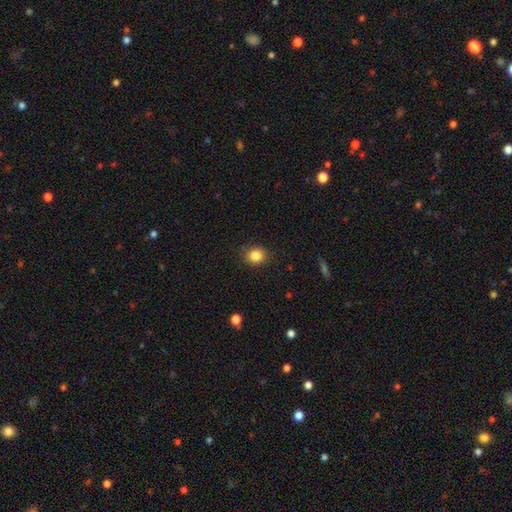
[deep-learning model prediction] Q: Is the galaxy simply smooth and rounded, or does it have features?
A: smooth — 85%.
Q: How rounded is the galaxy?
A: round — 76%.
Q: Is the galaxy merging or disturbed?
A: none — 89%.